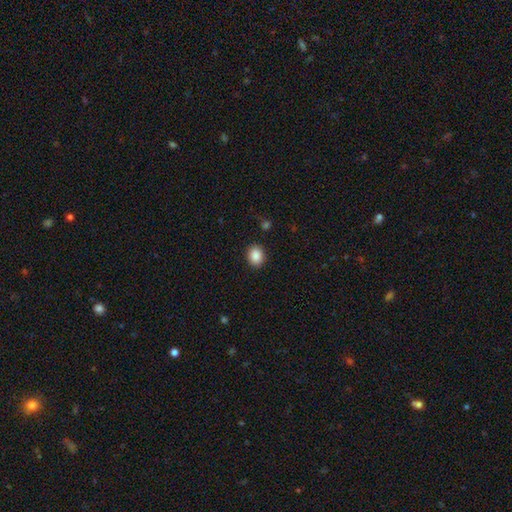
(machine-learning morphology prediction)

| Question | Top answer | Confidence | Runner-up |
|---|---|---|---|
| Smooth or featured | smooth | 88% | star or artifact (9%) |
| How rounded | round | 53% | in between (46%) |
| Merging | none | 89% | minor disturbance (7%) |